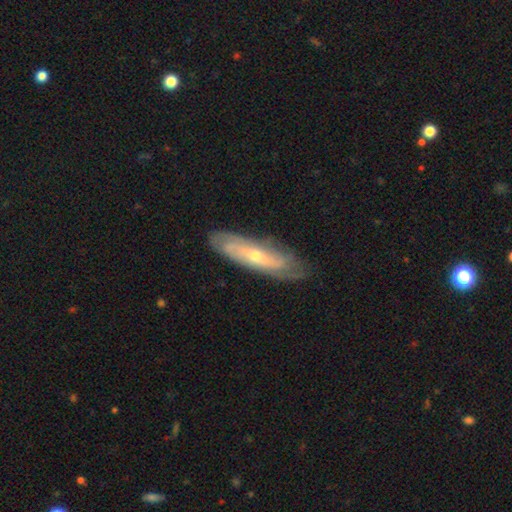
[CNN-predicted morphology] A featured or disk galaxy (66%).

Vote fractions:
- Smooth or featured? featured or disk: 66% / smooth: 28% / star or artifact: 6%
- Edge-on disk? no: 68% / yes: 32%
- Merging? none: 74% / minor disturbance: 19% / major disturbance: 5% / merger: 1%